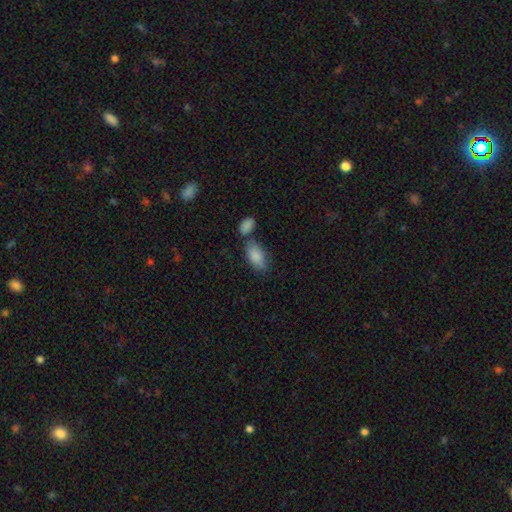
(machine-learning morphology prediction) Overall: smooth (86%). How rounded: in between (93%). Merging: none (56%; merger 21%).